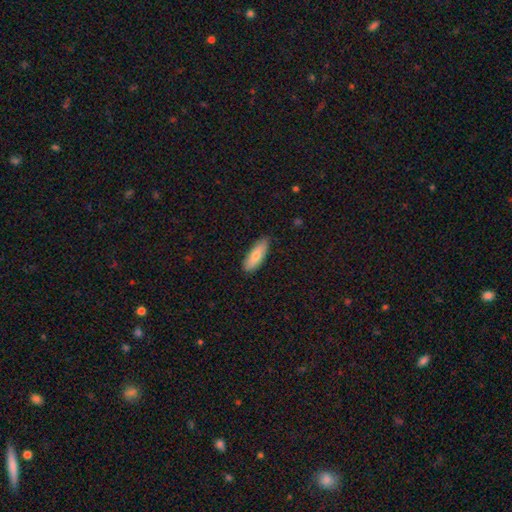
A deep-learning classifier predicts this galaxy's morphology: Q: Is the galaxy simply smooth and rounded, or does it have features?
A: smooth — 76%.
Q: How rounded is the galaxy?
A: in between — 63%.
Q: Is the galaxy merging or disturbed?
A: none — 85%.